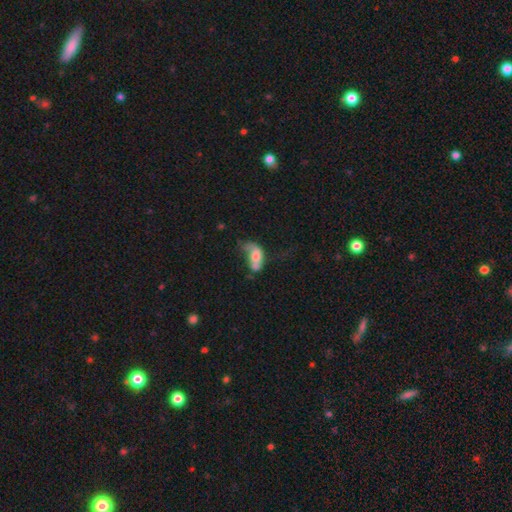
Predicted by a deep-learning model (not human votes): smooth-or-featured: smooth: 55% | featured or disk: 35% | star or artifact: 10%
  how-rounded: in between: 85% | round: 10% | cigar-shaped: 4%
  merging: major disturbance: 33% | merger: 29% | minor disturbance: 19% | none: 19%